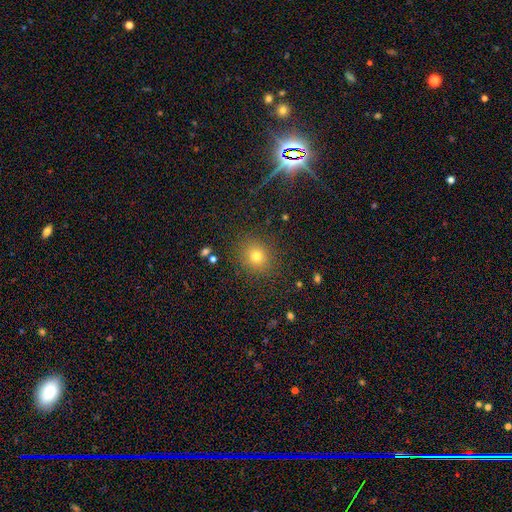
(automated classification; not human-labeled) Smooth or featured? smooth (71%)
How rounded? round (81%)
Merging? none (88%)